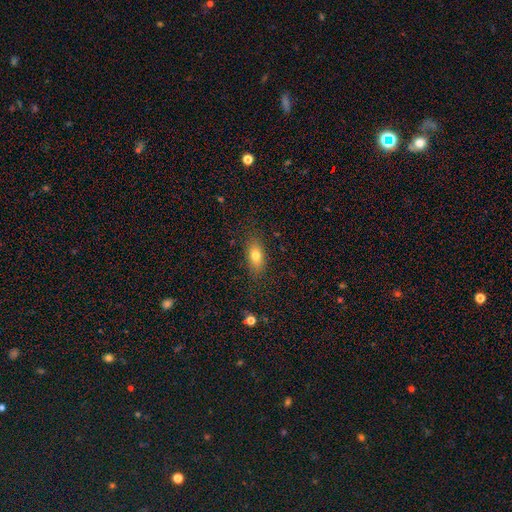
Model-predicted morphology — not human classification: smooth 76%, featured or disk 15%, star or artifact 10%. Down the decision tree: how rounded — in between (81%); merging — none (83%).